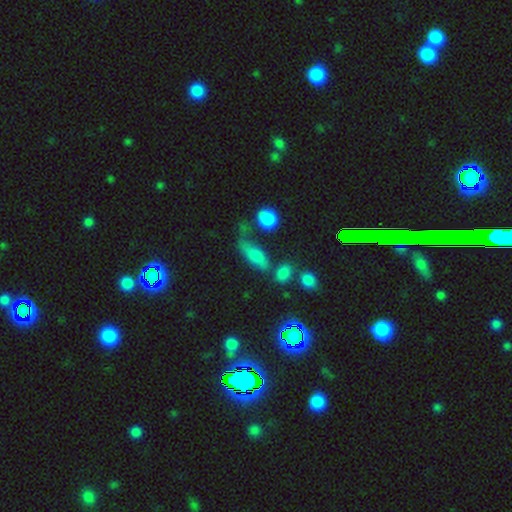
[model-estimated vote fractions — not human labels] Overall: smooth (56%; star or artifact 22%). How rounded: in between (63%; cigar-shaped 25%). Merging: none (41%; minor disturbance 23%).